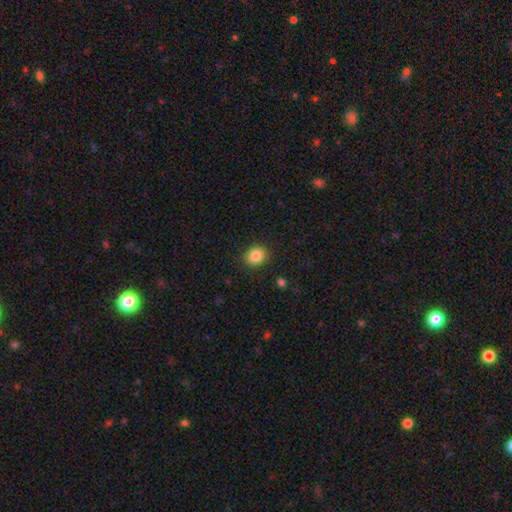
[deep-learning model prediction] Smooth or featured? Predicted: smooth (p=0.86). How rounded? Predicted: round (p=0.57). Merging? Predicted: none (p=0.88).